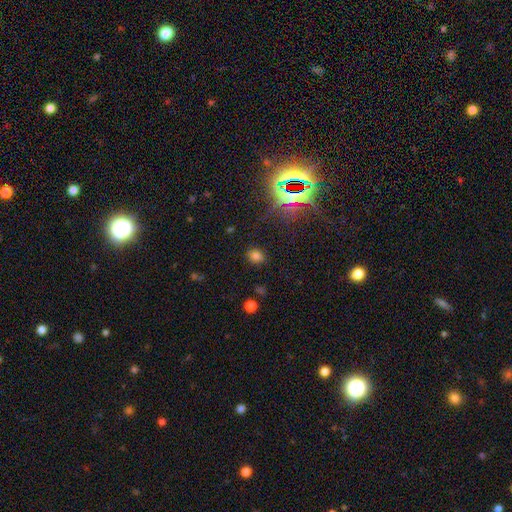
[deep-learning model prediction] smooth_or_featured: smooth (p=0.71) [alt: star or artifact p=0.23]
how_rounded: round (p=0.59) [alt: in between p=0.39]
merging: none (p=0.85) [alt: minor disturbance p=0.09]